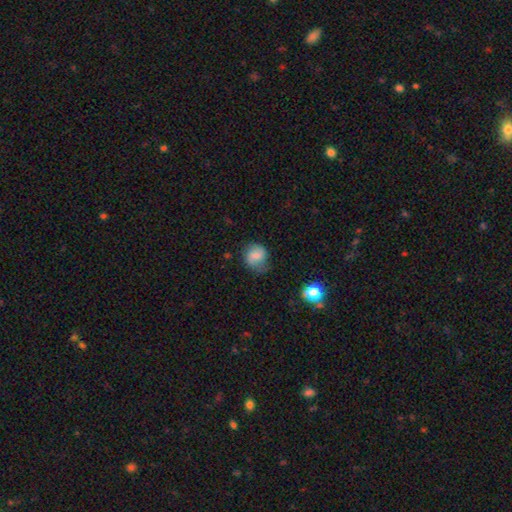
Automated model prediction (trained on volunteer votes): Smooth or featured?
  - smooth: 71% *
  - featured or disk: 20%
  - star or artifact: 9%
How rounded?
  - round: 71% *
  - in between: 28%
  - cigar-shaped: 1%
Merging?
  - none: 58% *
  - minor disturbance: 29%
  - major disturbance: 11%
  - merger: 2%